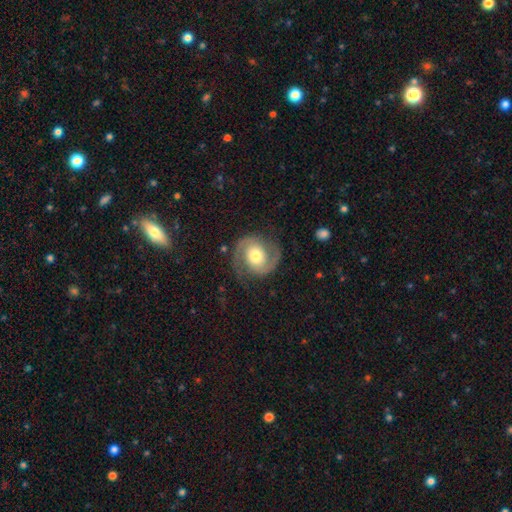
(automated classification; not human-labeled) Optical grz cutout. It shows a featured or disk galaxy (88%) with no bar (65%), 2 (93%) medium (53%) spiral arms (97%) and a moderate central bulge (65%). Merging: none (80%).